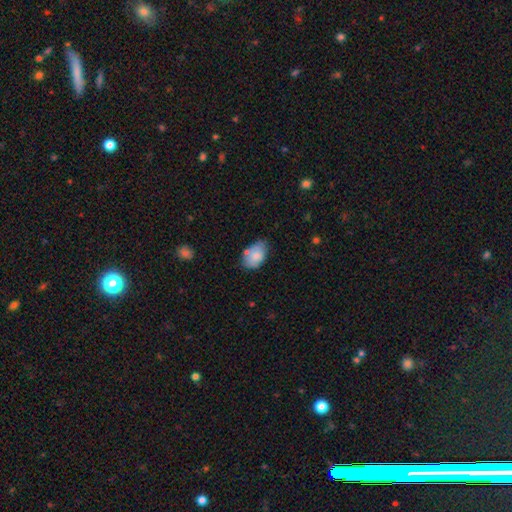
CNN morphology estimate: smooth-or-featured: smooth: 81% | featured or disk: 12% | star or artifact: 7%
  how-rounded: in between: 91% | round: 8% | cigar-shaped: 1%
  merging: none: 60% | minor disturbance: 28% | merger: 7% | major disturbance: 6%